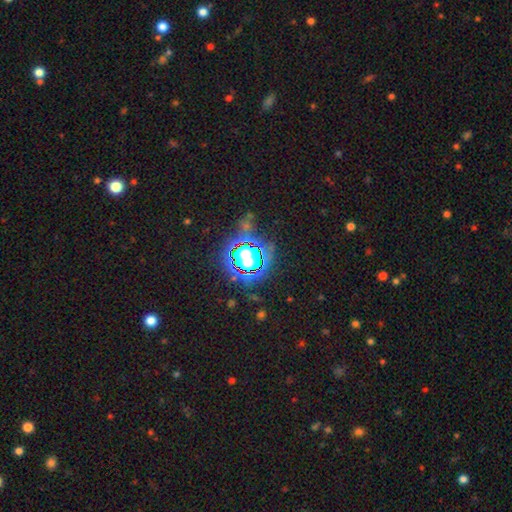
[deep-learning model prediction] This appears to be a star or artifact, not a galaxy (81%).